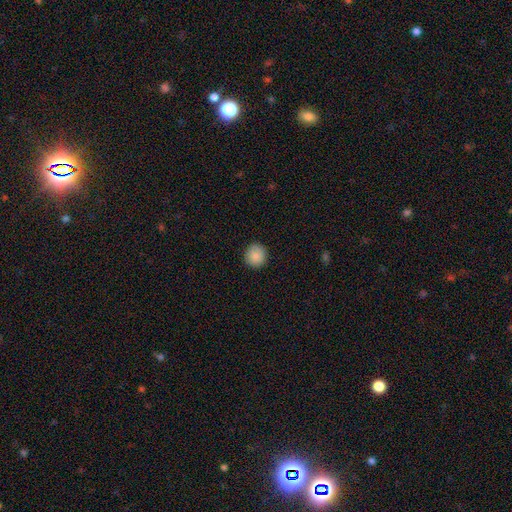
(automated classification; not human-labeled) smooth_or_featured: smooth (p=0.88) [alt: star or artifact p=0.08]
how_rounded: round (p=0.90) [alt: in between p=0.09]
merging: none (p=0.91) [alt: minor disturbance p=0.06]